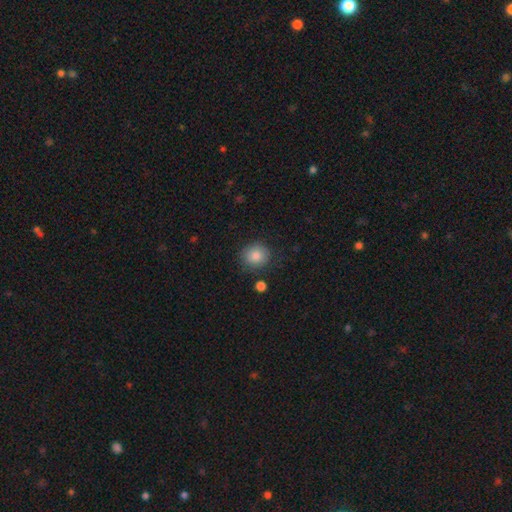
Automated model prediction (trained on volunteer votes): Morphology: type=smooth (85%); roundness=round (88%); merging=none (84%).